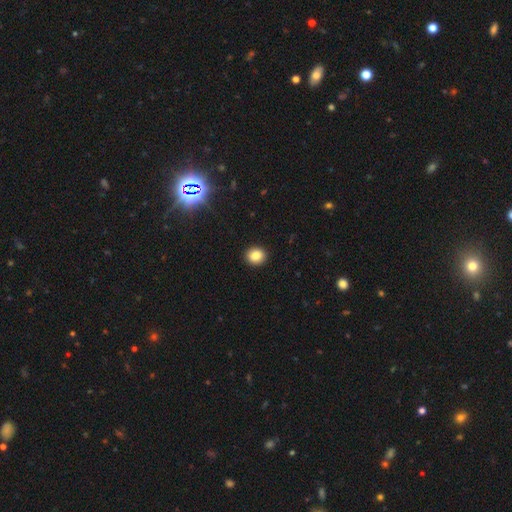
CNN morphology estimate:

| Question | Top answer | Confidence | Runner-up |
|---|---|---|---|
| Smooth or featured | smooth | 86% | star or artifact (10%) |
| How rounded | round | 71% | in between (28%) |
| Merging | none | 92% | minor disturbance (5%) |